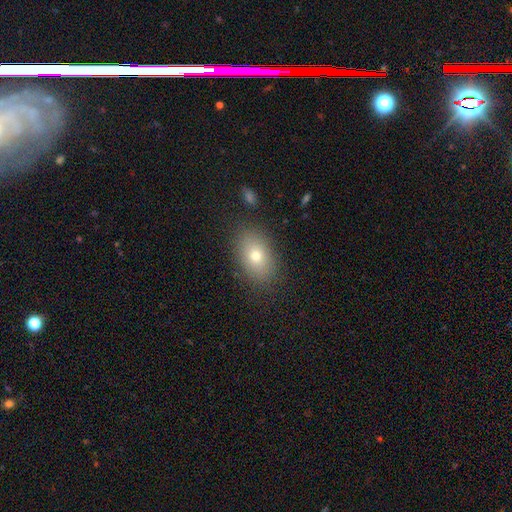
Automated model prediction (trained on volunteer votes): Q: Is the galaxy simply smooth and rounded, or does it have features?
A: smooth — 74%.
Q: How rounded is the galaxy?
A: in between — 82%.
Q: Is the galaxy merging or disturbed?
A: none — 85%.